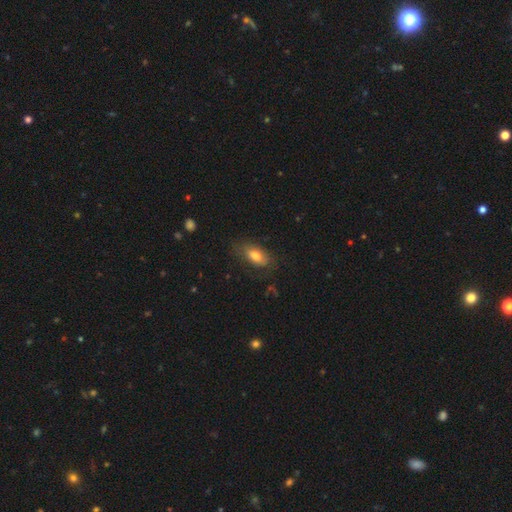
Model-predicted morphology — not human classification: Smooth or featured? Predicted: smooth (p=0.74). How rounded? Predicted: in between (p=0.87). Merging? Predicted: none (p=0.71).